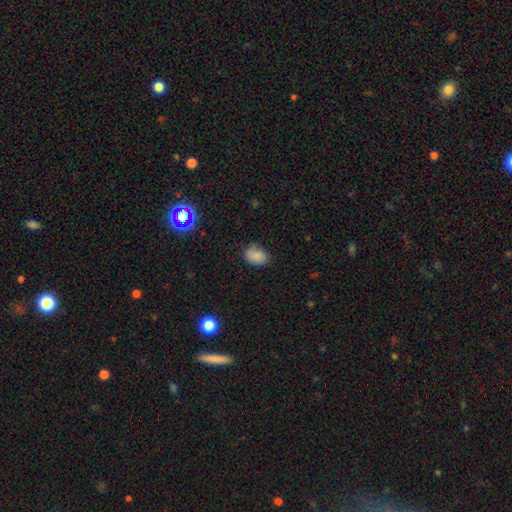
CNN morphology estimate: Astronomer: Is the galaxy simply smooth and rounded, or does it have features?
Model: smooth — 83%.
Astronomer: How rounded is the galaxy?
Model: in between — 77%.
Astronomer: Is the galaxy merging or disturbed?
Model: none — 70%.